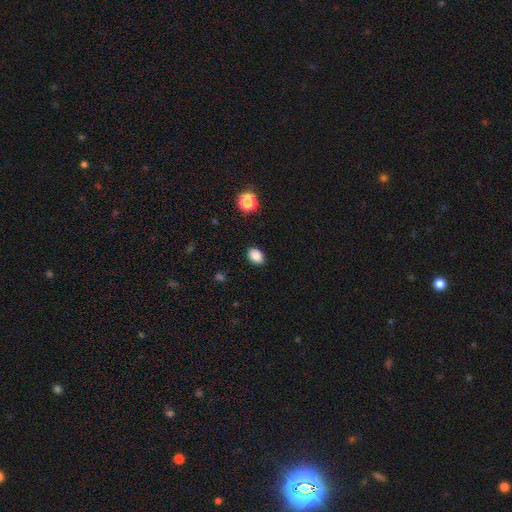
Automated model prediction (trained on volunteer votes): A smooth galaxy with no disk features (87%) that is in between round and cigar-shaped (77%). Merging: none (89%).